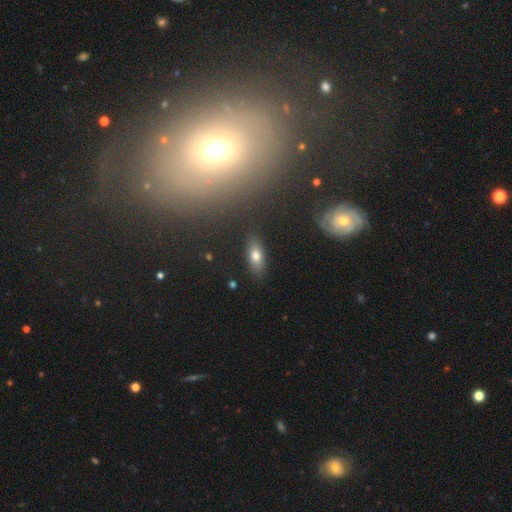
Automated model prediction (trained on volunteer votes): smooth_or_featured: smooth (p=0.75) [alt: featured or disk p=0.15]
how_rounded: in between (p=0.80) [alt: cigar-shaped p=0.15]
merging: none (p=0.84) [alt: minor disturbance p=0.11]